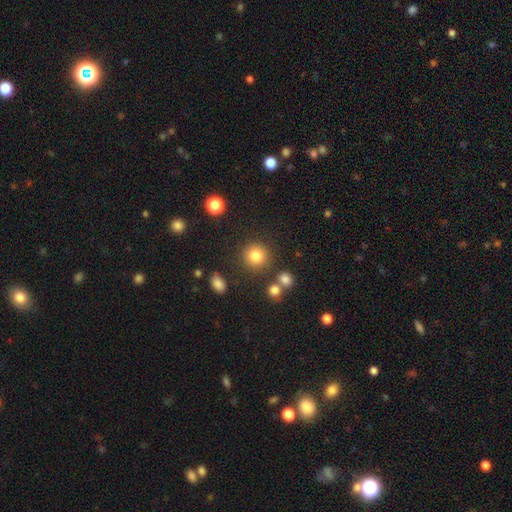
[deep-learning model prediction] This appears to be a smooth galaxy with no disk features (82%) that is round (91%). Merging: none (82%).